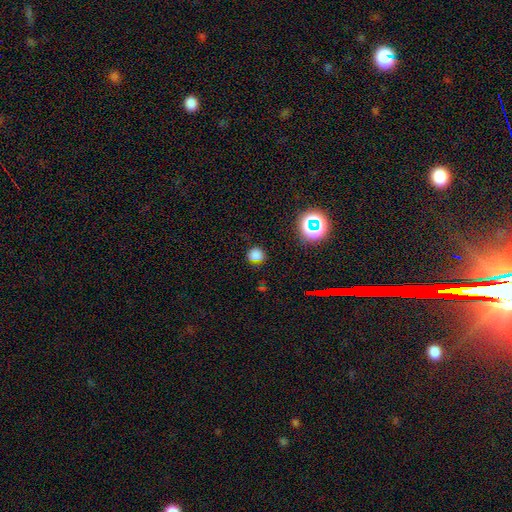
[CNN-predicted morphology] smooth-or-featured: smooth: 74% | star or artifact: 21% | featured or disk: 5%
  how-rounded: round: 85% | in between: 14% | cigar-shaped: 1%
  merging: none: 81% | minor disturbance: 13% | major disturbance: 4% | merger: 3%